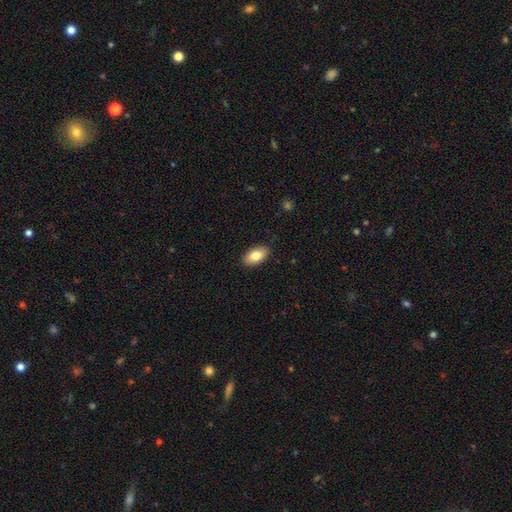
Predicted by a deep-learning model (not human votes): smooth 82%, featured or disk 12%, star or artifact 7%. Down the decision tree: how rounded — in between (93%); merging — none (87%).